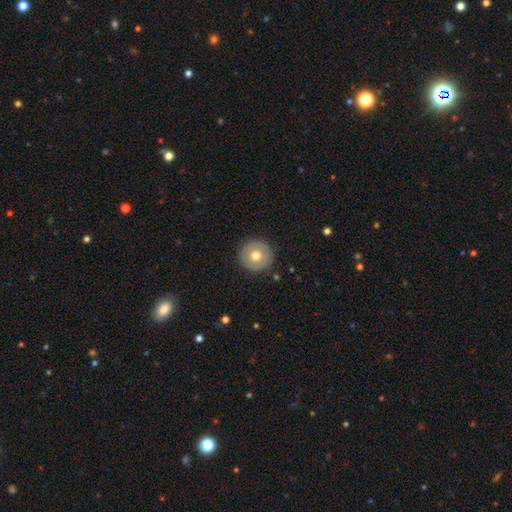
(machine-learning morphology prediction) Q: Smooth or featured?
A: smooth (63%); runner-up: featured or disk (30%)
Q: How rounded?
A: round (96%); runner-up: in between (4%)
Q: Merging?
A: none (90%); runner-up: minor disturbance (7%)